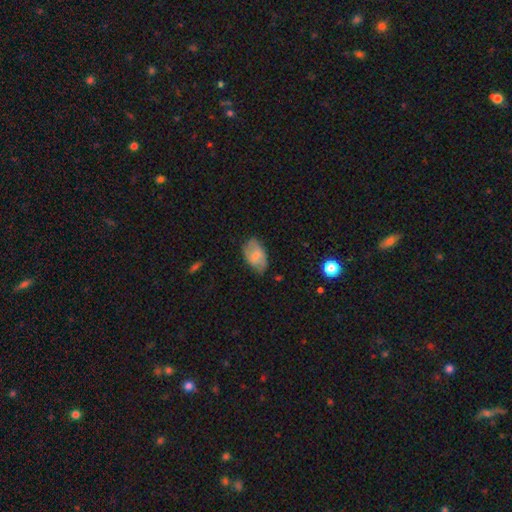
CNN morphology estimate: Smooth or featured?
  - smooth: 58% *
  - featured or disk: 35%
  - star or artifact: 7%
How rounded?
  - in between: 91% *
  - round: 7%
  - cigar-shaped: 2%
Merging?
  - none: 64% *
  - minor disturbance: 27%
  - major disturbance: 7%
  - merger: 1%